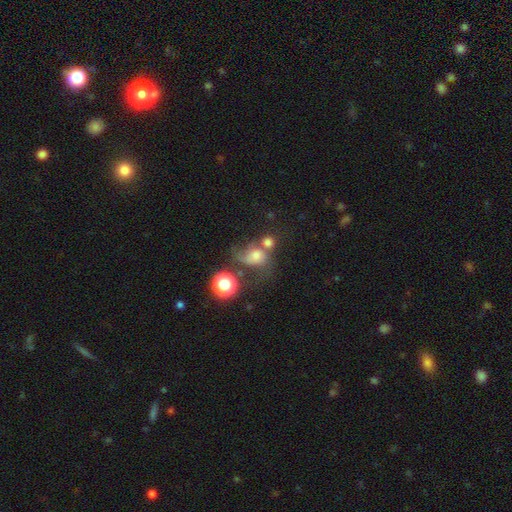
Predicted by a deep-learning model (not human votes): This is possibly a smooth galaxy (52%). How rounded: possibly round (58%). Merging: marginally merger (33%).